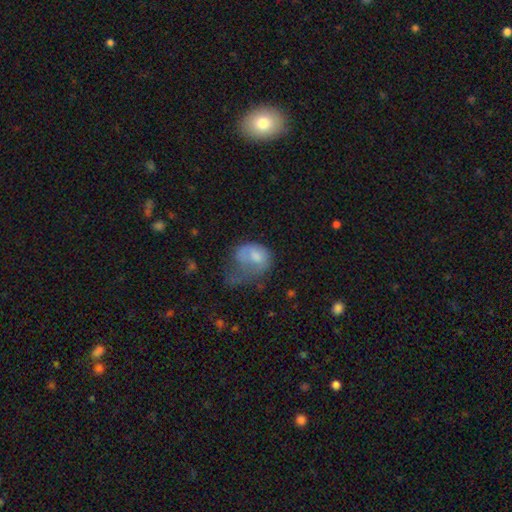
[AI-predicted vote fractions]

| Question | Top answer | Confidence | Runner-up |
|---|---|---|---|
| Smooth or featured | smooth | 59% | featured or disk (31%) |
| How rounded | in between | 62% | round (37%) |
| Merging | major disturbance | 55% | minor disturbance (22%) |